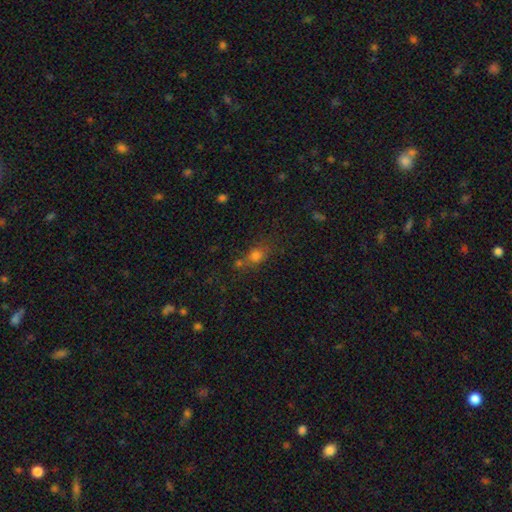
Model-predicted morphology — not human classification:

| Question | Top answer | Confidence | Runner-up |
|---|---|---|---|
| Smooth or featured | smooth | 72% | star or artifact (18%) |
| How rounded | round | 54% | in between (42%) |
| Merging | none | 56% | merger (22%) |